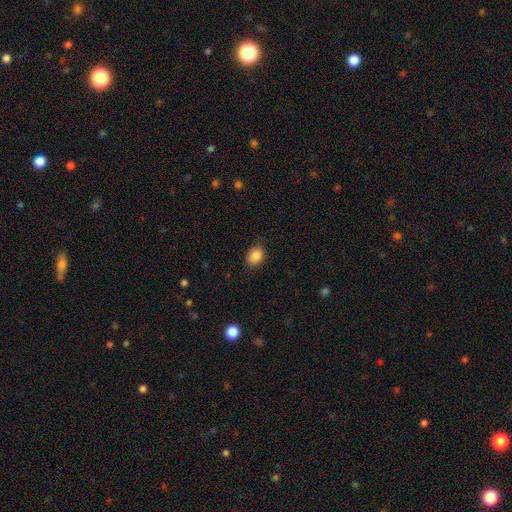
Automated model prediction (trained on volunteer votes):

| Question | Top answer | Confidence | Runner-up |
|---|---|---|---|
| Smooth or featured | smooth | 87% | star or artifact (9%) |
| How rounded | in between | 68% | round (31%) |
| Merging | none | 82% | minor disturbance (14%) |